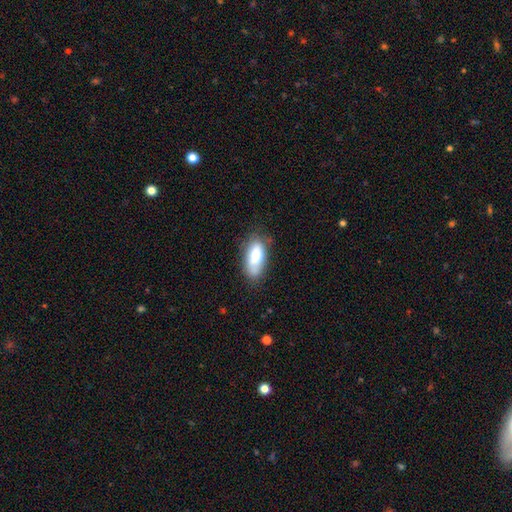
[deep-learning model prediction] Q: Smooth or featured?
A: smooth (75%); runner-up: featured or disk (17%)
Q: How rounded?
A: in between (84%); runner-up: cigar-shaped (12%)
Q: Merging?
A: none (63%); runner-up: minor disturbance (26%)